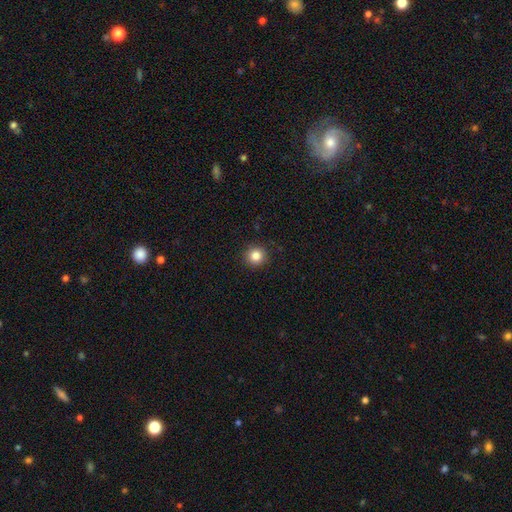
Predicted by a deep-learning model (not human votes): Morphology: type=smooth (84%); roundness=round (93%); merging=none (92%).